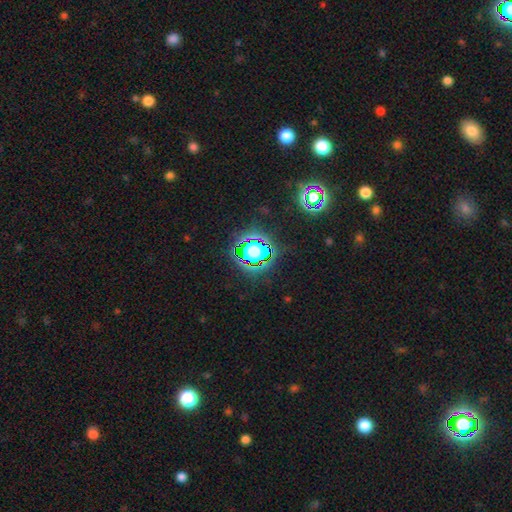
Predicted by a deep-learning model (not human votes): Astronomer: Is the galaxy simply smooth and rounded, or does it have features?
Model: star or artifact — 78%.